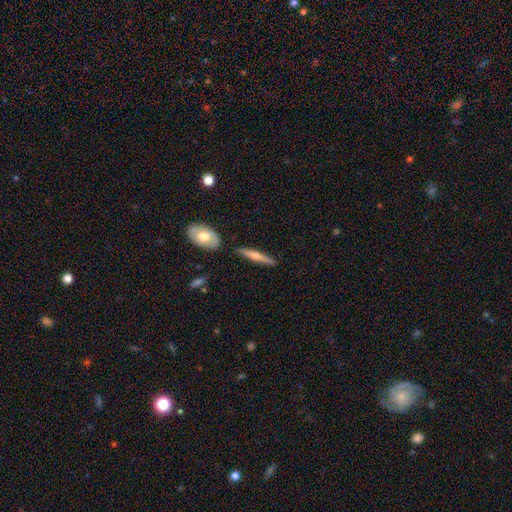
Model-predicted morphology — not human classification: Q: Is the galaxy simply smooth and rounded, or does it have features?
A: featured or disk — 50%.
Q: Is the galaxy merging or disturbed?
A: none — 84%.